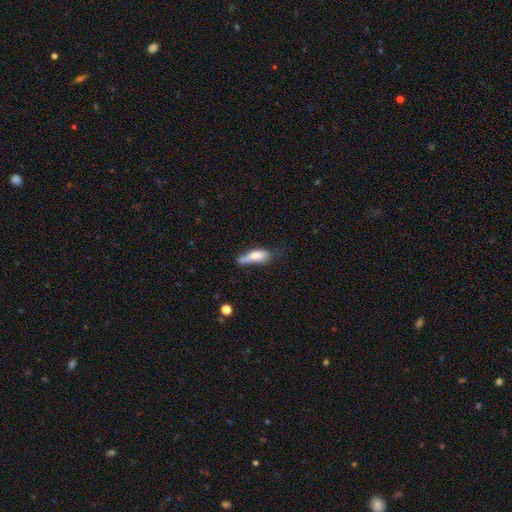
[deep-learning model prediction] smooth-or-featured: smooth: 72% | featured or disk: 21% | star or artifact: 7%
  how-rounded: in between: 57% | cigar-shaped: 40% | round: 3%
  merging: minor disturbance: 36% | none: 31% | major disturbance: 23% | merger: 9%